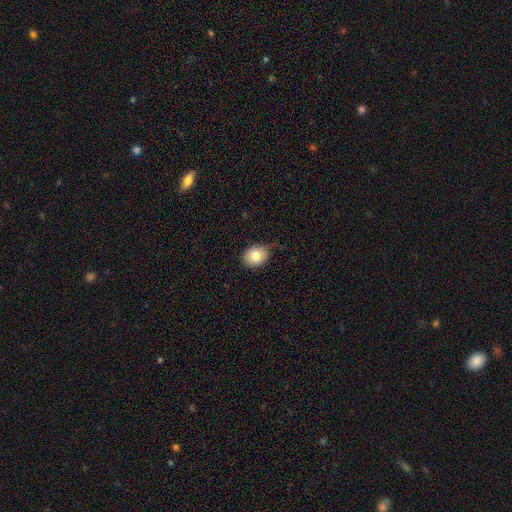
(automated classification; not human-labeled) Morphology: type=smooth (80%); roundness=in between (56%); merging=none (73%).